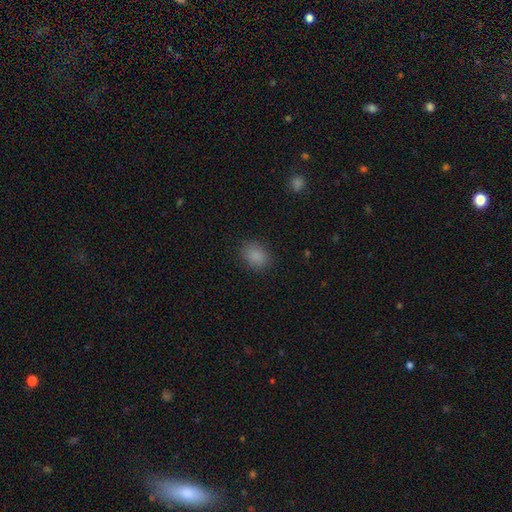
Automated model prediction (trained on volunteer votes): This appears to be a smooth galaxy with no disk features (86%) that is in between round and cigar-shaped (65%). Merging: none (85%).